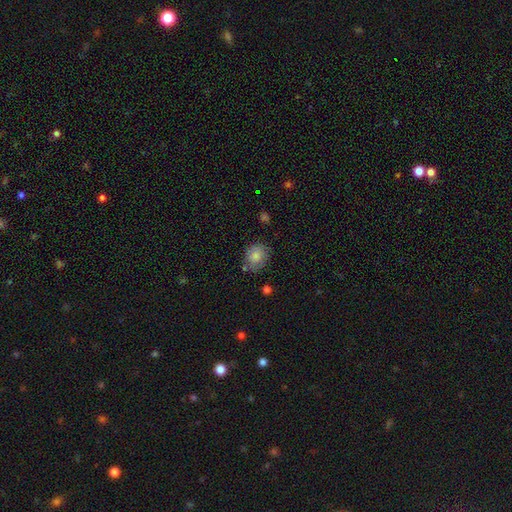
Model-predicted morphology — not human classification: Smooth or featured: smooth — 82% (featured or disk — 10%)
How rounded: round — 69% (in between — 30%)
Merging: none — 73% (minor disturbance — 18%)